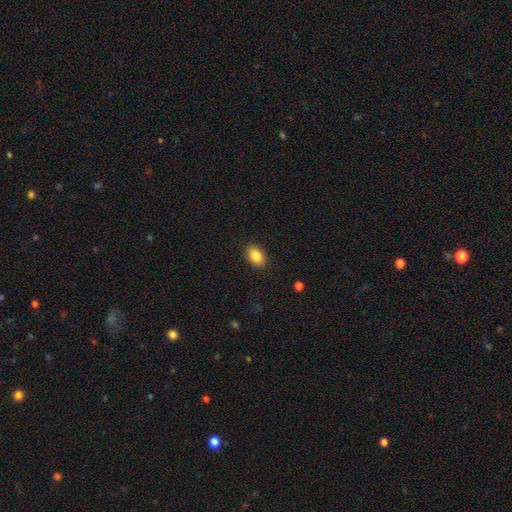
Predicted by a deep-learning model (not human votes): A smooth galaxy with no disk features (87%) that is in between round and cigar-shaped (85%). Merging: none (89%).